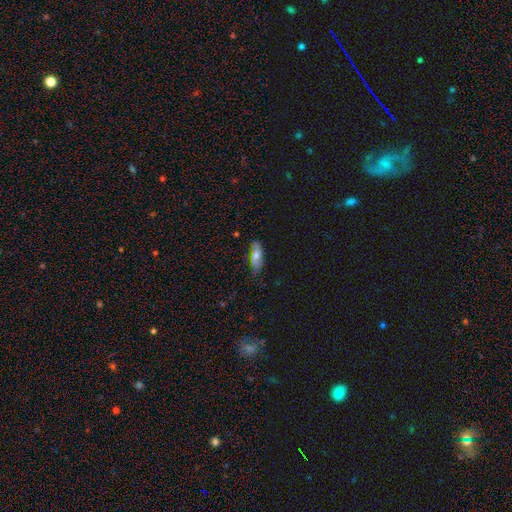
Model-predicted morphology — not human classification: A smooth galaxy with no disk features (66%) that is in between round and cigar-shaped (64%).

Vote fractions:
- Smooth or featured? smooth: 66% / featured or disk: 25% / star or artifact: 8%
- How rounded? in between: 64% / cigar-shaped: 33% / round: 3%
- Merging? none: 72% / minor disturbance: 22% / major disturbance: 4% / merger: 2%